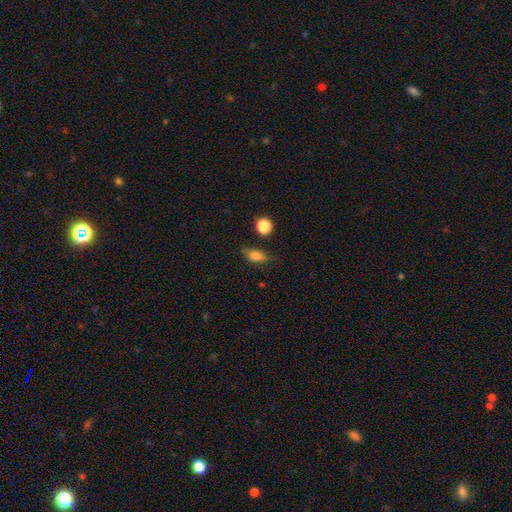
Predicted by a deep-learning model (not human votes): A smooth galaxy with no disk features (76%) that is in between round and cigar-shaped (75%).

Vote fractions:
- Smooth or featured? smooth: 76% / featured or disk: 14% / star or artifact: 10%
- How rounded? in between: 75% / round: 13% / cigar-shaped: 12%
- Merging? none: 65% / minor disturbance: 25% / major disturbance: 7% / merger: 3%